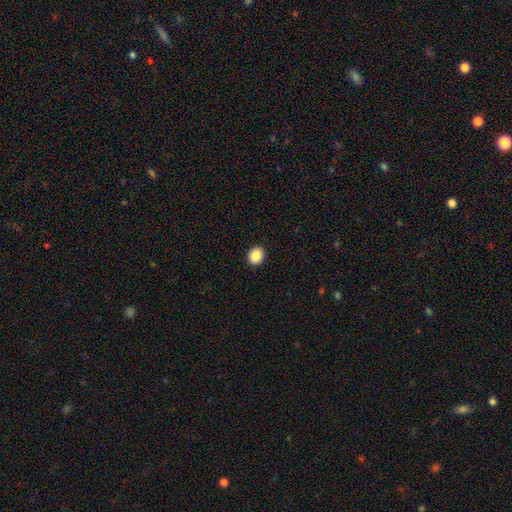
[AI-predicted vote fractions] The model was most divided on "how rounded": round: 59%, in between: 41%, cigar-shaped: 1%. More confident: merging — none (92%); smooth or featured — smooth (87%).